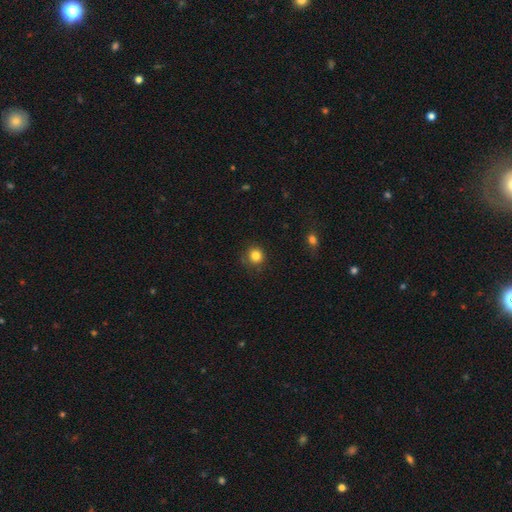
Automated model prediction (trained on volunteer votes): Smooth or featured?
  - smooth: 83% *
  - star or artifact: 12%
  - featured or disk: 5%
How rounded?
  - round: 92% *
  - in between: 8%
  - cigar-shaped: 1%
Merging?
  - none: 84% *
  - minor disturbance: 12%
  - major disturbance: 3%
  - merger: 1%